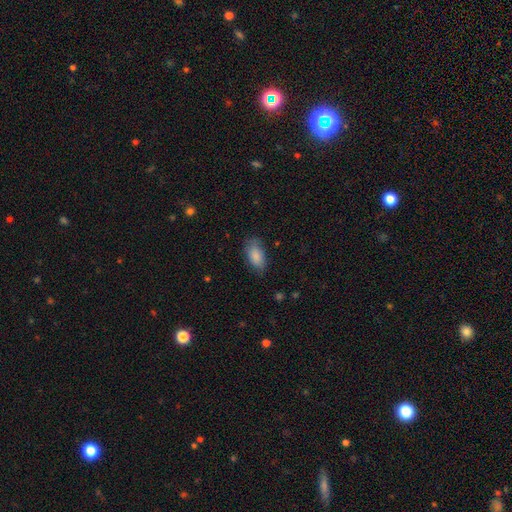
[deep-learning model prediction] The model was most divided on "merging": none: 76%, minor disturbance: 19%, major disturbance: 5%, merger: 1%. More confident: how rounded — in between (92%); smooth or featured — smooth (87%).